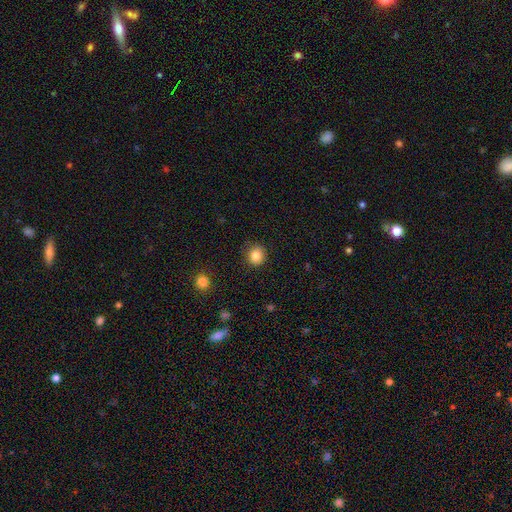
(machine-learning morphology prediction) The model was most divided on "how rounded": round: 83%, in between: 16%, cigar-shaped: 1%. More confident: merging — none (86%); smooth or featured — smooth (85%).